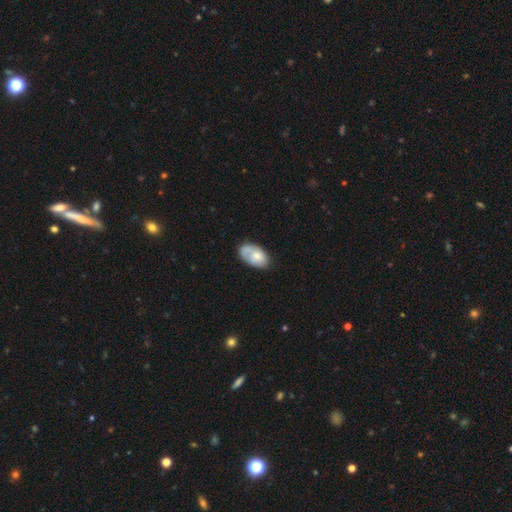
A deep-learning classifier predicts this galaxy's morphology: Smooth or featured?
  - smooth: 65% *
  - featured or disk: 29%
  - star or artifact: 7%
How rounded?
  - in between: 93% *
  - round: 6%
  - cigar-shaped: 2%
Merging?
  - none: 54% *
  - minor disturbance: 30%
  - major disturbance: 10%
  - merger: 6%